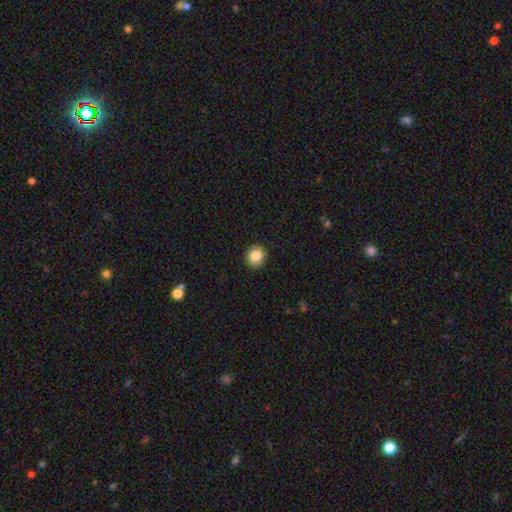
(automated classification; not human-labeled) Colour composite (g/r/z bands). It shows a smooth galaxy with no disk features (83%) that is round (79%). Merging: none (90%).